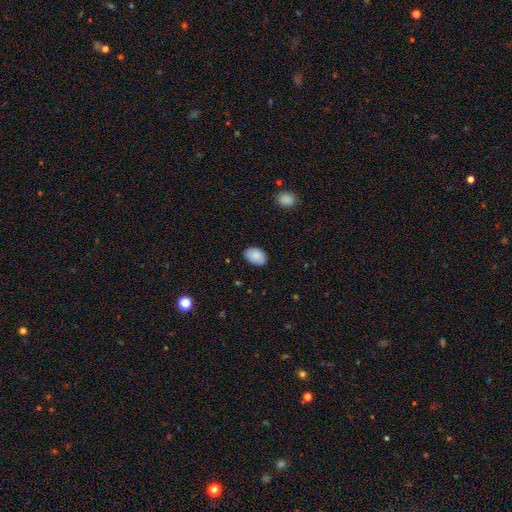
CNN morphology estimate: Smooth or featured? Predicted: smooth (p=0.87). How rounded? Predicted: in between (p=0.85). Merging? Predicted: none (p=0.84).